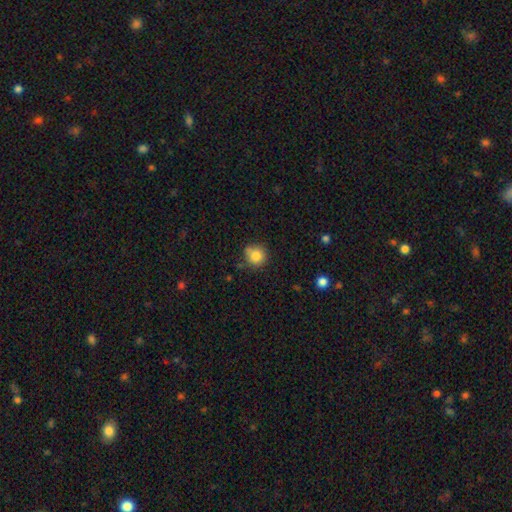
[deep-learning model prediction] This is clearly a smooth galaxy (83%). How rounded: clearly round (93%). Merging: likely none (74%).